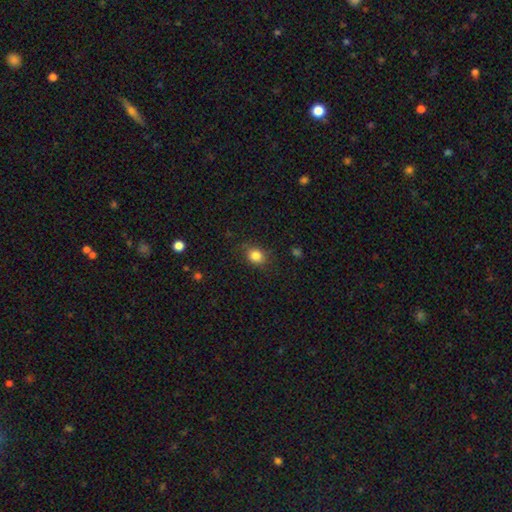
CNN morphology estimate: A smooth galaxy with no disk features (84%) that is round (59%).

Vote fractions:
- Smooth or featured? smooth: 84% / star or artifact: 11% / featured or disk: 6%
- How rounded? round: 59% / in between: 40% / cigar-shaped: 1%
- Merging? none: 81% / minor disturbance: 14% / major disturbance: 4% / merger: 1%